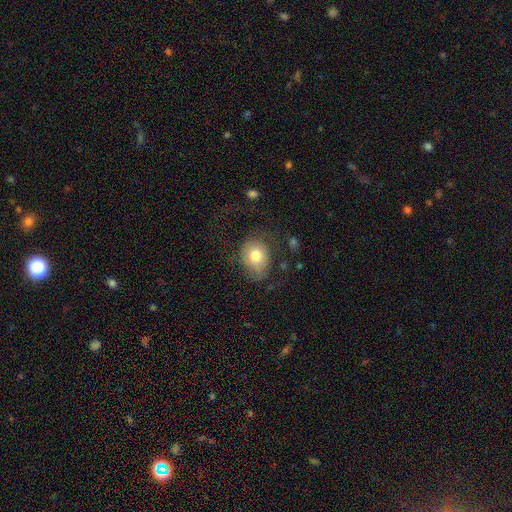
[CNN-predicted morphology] The model was most divided on "how rounded": in between: 55%, round: 44%, cigar-shaped: 1%. More confident: smooth or featured — smooth (74%); merging — none (55%).